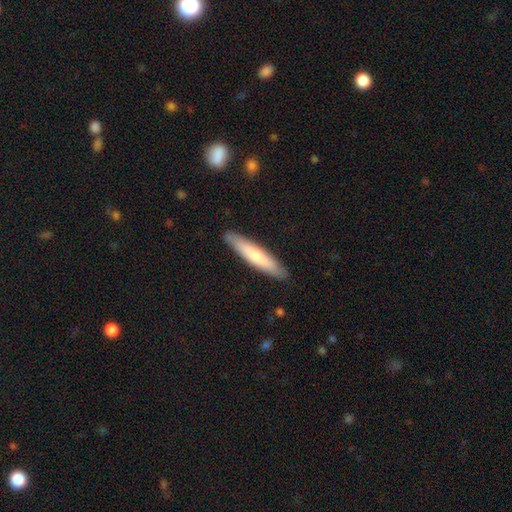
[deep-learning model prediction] A smooth galaxy with no disk features (69%) that is cigar-shaped (88%). Merging: none (89%).